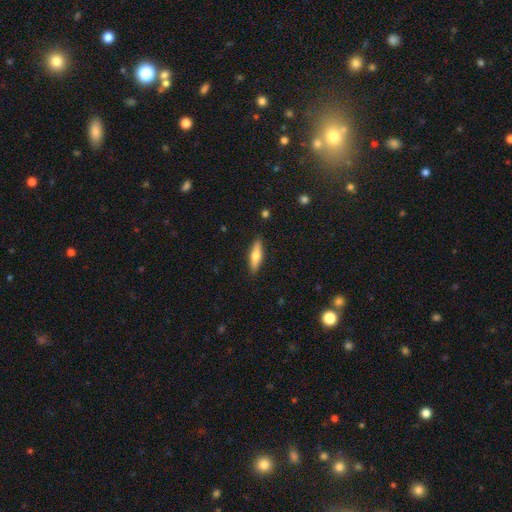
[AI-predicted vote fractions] Smooth or featured? Predicted: smooth (p=0.54). How rounded? Predicted: cigar-shaped (p=0.65). Merging? Predicted: none (p=0.89).